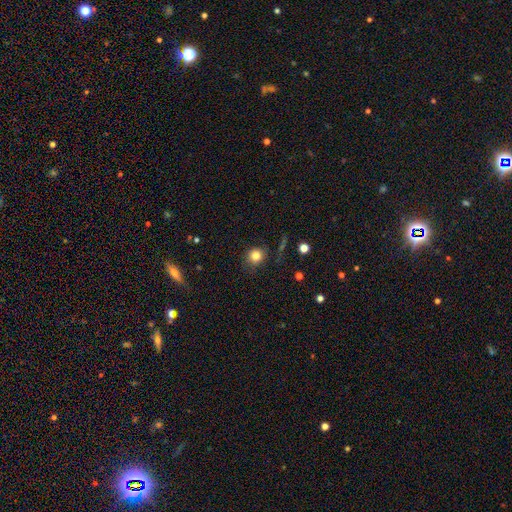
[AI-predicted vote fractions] Smooth or featured: smooth — 81% (star or artifact — 12%)
How rounded: round — 85% (in between — 14%)
Merging: none — 79% (minor disturbance — 14%)